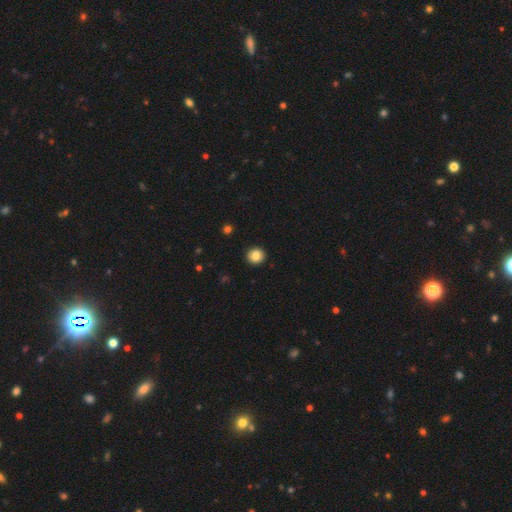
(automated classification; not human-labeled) This is clearly a smooth galaxy (86%). How rounded: clearly round (92%). Merging: clearly none (93%).